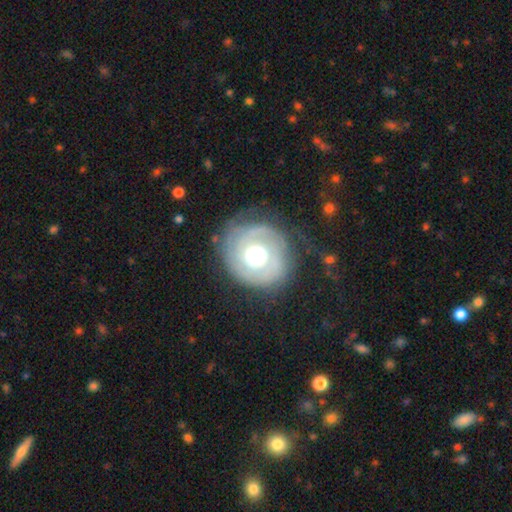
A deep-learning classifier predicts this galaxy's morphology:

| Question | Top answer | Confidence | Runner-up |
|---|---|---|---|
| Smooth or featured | featured or disk | 69% | smooth (23%) |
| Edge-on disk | no | 97% | yes (3%) |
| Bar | no | 82% | weak (14%) |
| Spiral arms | yes | 77% | no (23%) |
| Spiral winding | tight | 64% | medium (25%) |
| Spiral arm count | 2 | 35% | tied: can't tell (35%) |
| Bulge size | moderate | 55% | large (36%) |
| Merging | none | 66% | minor disturbance (20%) |